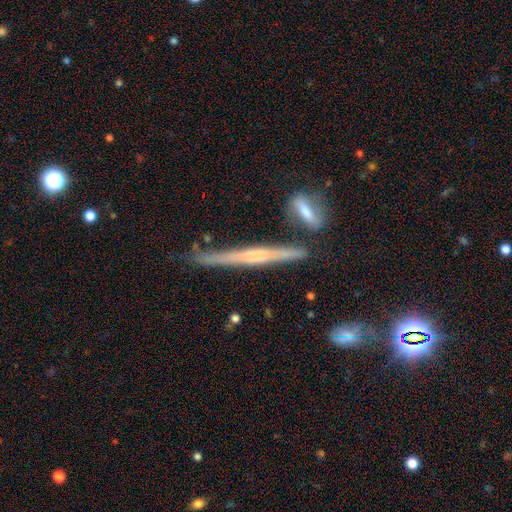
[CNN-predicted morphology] This appears to be a featured or disk galaxy (66%) viewed edge-on (96%) with no central bulge (47%). Merging: none (78%).